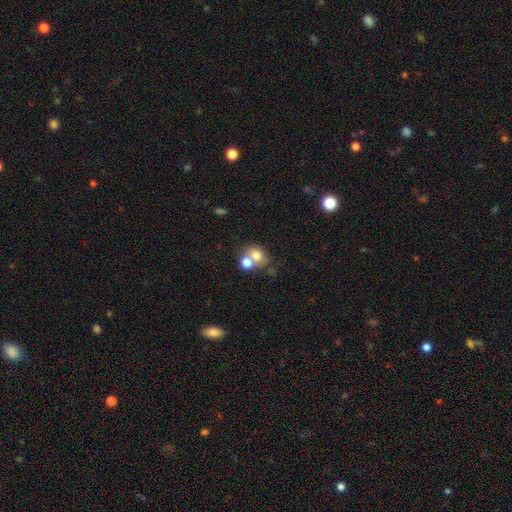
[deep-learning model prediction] Morphology: type=smooth (74%); roundness=round (59%); merging=merger (50%).